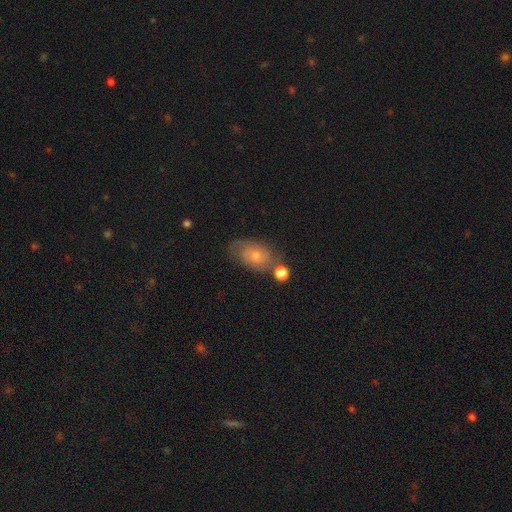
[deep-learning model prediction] Smooth or featured: featured or disk — 52% (smooth — 34%)
Edge-on disk: no — 95% (yes — 5%)
Merging: none — 63% (minor disturbance — 20%)